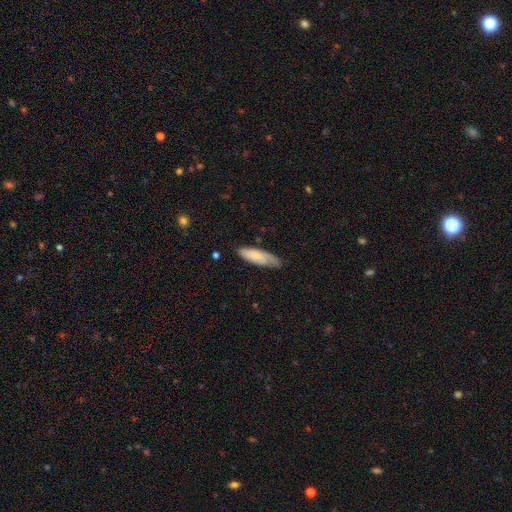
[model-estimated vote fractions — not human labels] Q: Smooth or featured?
A: smooth (64%); runner-up: featured or disk (30%)
Q: How rounded?
A: in between (54%); runner-up: cigar-shaped (44%)
Q: Merging?
A: none (64%); runner-up: minor disturbance (28%)